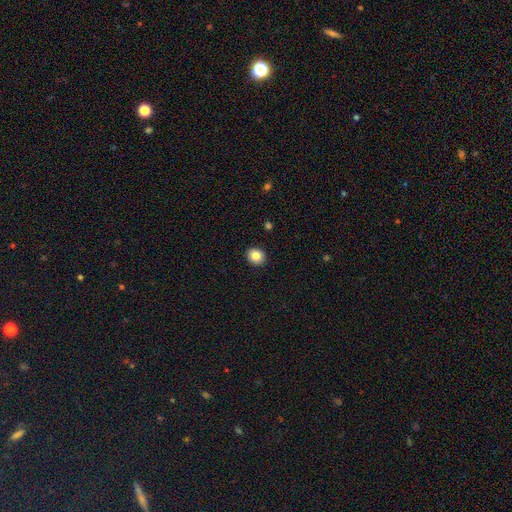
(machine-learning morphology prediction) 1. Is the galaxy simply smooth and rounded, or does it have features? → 85% smooth, 9% star or artifact, 6% featured or disk.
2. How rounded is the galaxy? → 70% round, 29% in between, 1% cigar-shaped.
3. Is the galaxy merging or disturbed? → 92% none, 6% minor disturbance, 2% major disturbance, 1% merger.